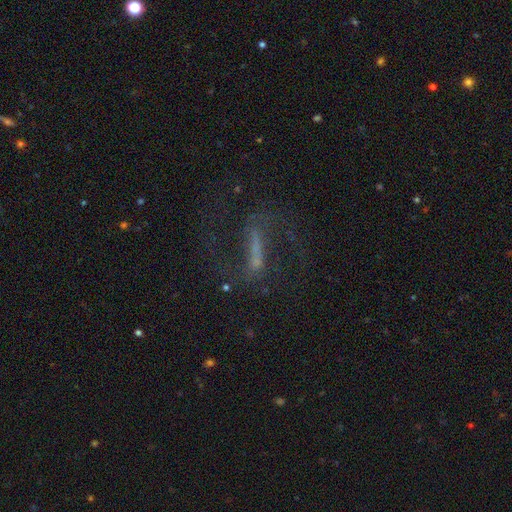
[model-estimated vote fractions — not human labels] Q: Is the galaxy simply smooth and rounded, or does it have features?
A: featured or disk — 71%.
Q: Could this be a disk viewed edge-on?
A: no — 82%.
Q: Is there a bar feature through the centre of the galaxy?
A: strong — 69%.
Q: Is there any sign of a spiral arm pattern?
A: yes — 81%.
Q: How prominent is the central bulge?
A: none — 49%.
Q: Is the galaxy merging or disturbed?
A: none — 67%.